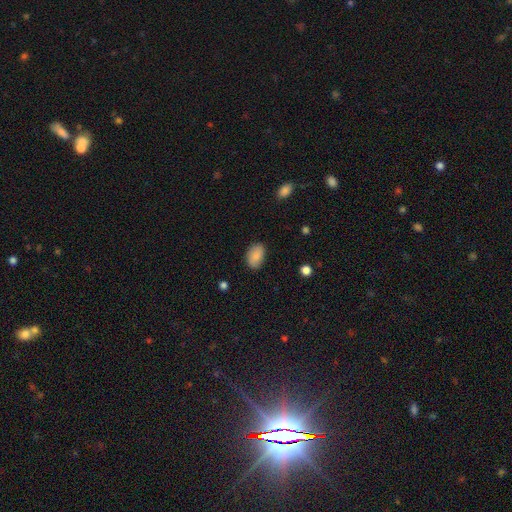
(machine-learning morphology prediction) This is clearly a smooth galaxy (87%). How rounded: clearly in between (91%). Merging: clearly none (84%).